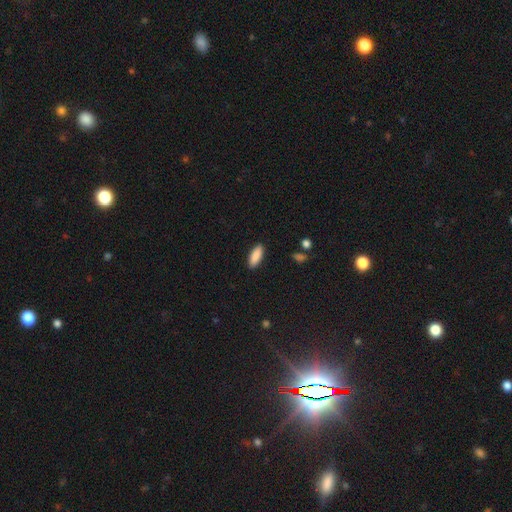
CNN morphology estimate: Smooth or featured? smooth (89%)
How rounded? in between (70%)
Merging? none (89%)